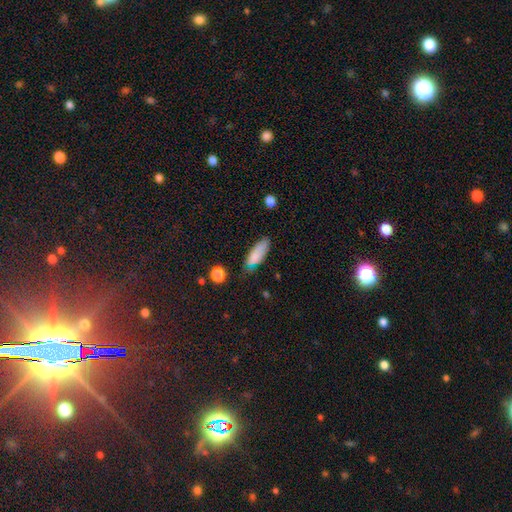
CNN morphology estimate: type=smooth (82%); roundness=in between (66%); merging=none (58%).